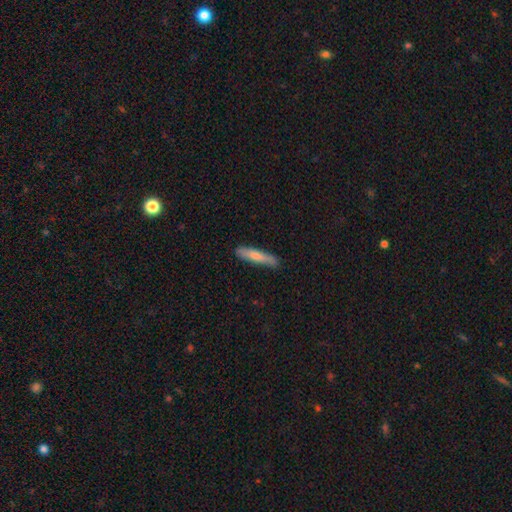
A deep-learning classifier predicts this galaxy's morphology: type=smooth (65%); roundness=cigar-shaped (90%); merging=none (84%).